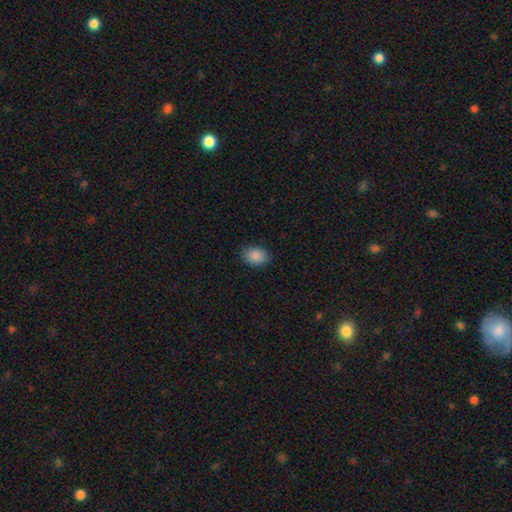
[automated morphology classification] smooth-or-featured: smooth: 89% | star or artifact: 8% | featured or disk: 3%
  how-rounded: in between: 73% | round: 26% | cigar-shaped: 1%
  merging: none: 86% | minor disturbance: 10% | major disturbance: 2% | merger: 1%